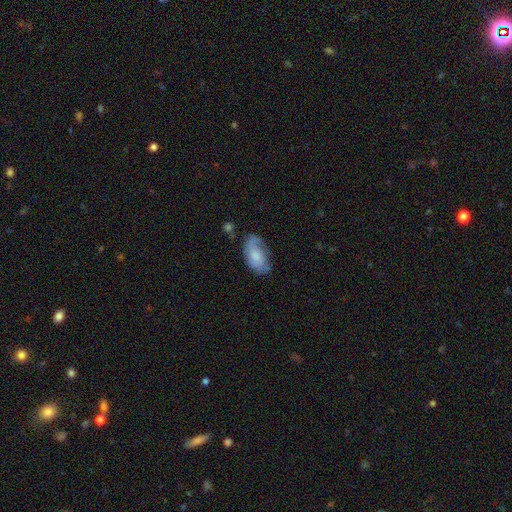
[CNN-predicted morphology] Smooth or featured: smooth — 53% (featured or disk — 40%)
How rounded: in between — 93% (round — 4%)
Merging: none — 56% (minor disturbance — 29%)